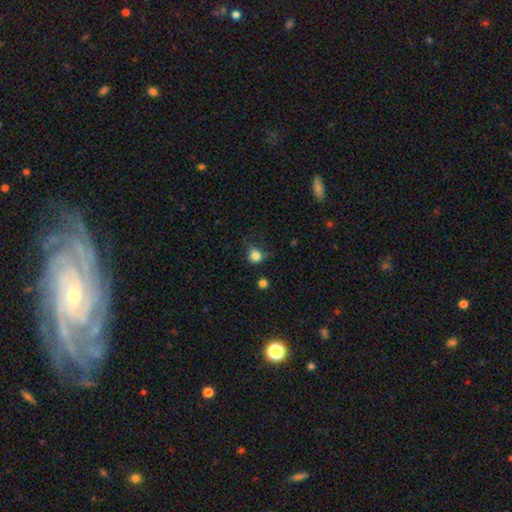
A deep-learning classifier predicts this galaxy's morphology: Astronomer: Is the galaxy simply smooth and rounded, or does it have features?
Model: smooth — 82%.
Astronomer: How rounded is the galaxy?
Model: round — 83%.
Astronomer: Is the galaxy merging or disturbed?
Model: none — 60%.